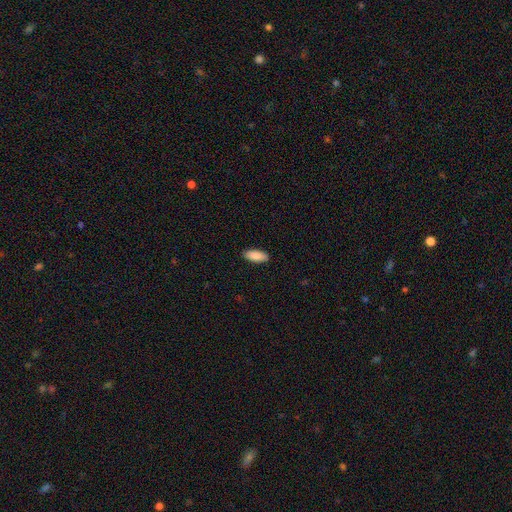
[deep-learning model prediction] A smooth galaxy with no disk features (89%) that is in between round and cigar-shaped (83%). Merging: none (89%).